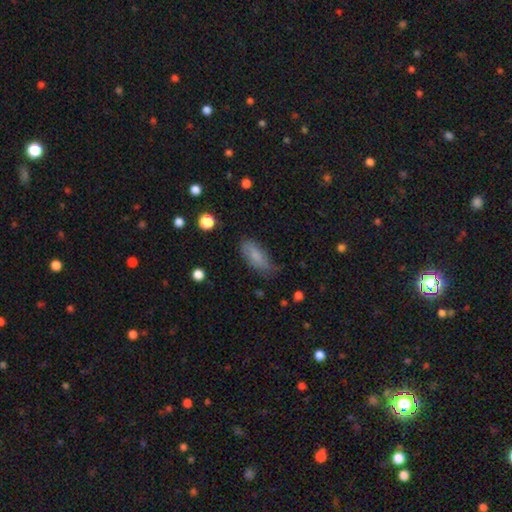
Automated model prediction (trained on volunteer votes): Q: Smooth or featured?
A: smooth (79%); runner-up: featured or disk (13%)
Q: How rounded?
A: in between (78%); runner-up: cigar-shaped (19%)
Q: Merging?
A: none (62%); runner-up: minor disturbance (28%)